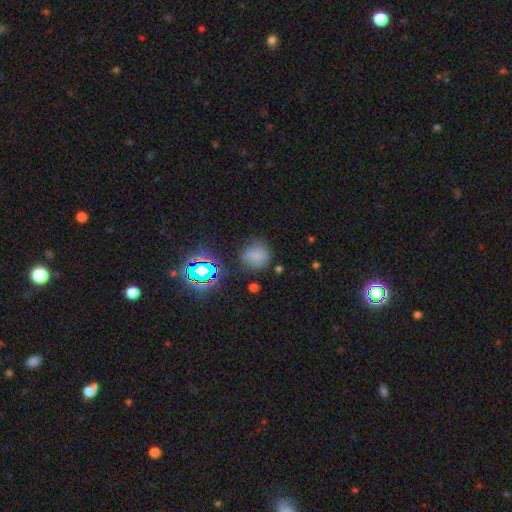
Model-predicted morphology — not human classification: Smooth or featured? smooth (65%)
How rounded? round (74%)
Merging? none (73%)